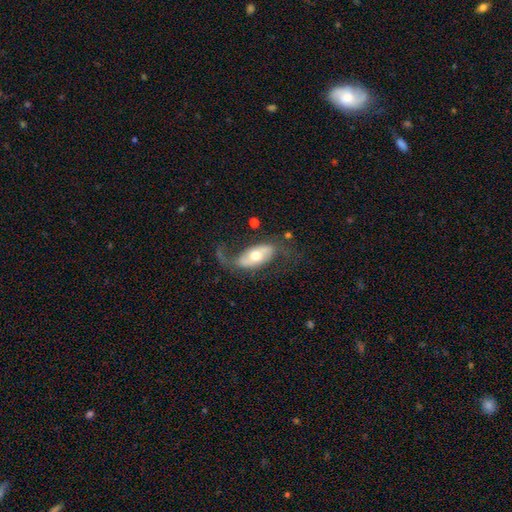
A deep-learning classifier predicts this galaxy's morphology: Smooth or featured: featured or disk — 63% (smooth — 32%)
Edge-on disk: no — 88% (yes — 12%)
Bar: no — 52% (weak — 26%)
Spiral arms: yes — 77% (no — 23%)
Bulge size: moderate — 70% (small — 15%)
Merging: none — 55% (major disturbance — 22%)